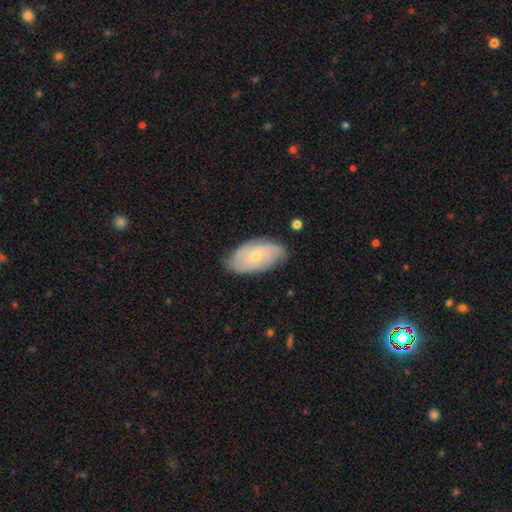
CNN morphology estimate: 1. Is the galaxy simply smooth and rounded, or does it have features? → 58% featured or disk, 36% smooth, 6% star or artifact.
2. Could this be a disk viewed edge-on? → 92% no, 8% yes.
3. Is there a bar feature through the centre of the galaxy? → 73% no, 23% weak, 4% strong.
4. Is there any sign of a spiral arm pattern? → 82% yes, 18% no.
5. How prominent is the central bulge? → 65% small, 32% moderate, 1% none, 1% large, 1% dominant.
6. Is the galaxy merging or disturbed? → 73% none, 21% minor disturbance, 4% major disturbance, 1% merger.